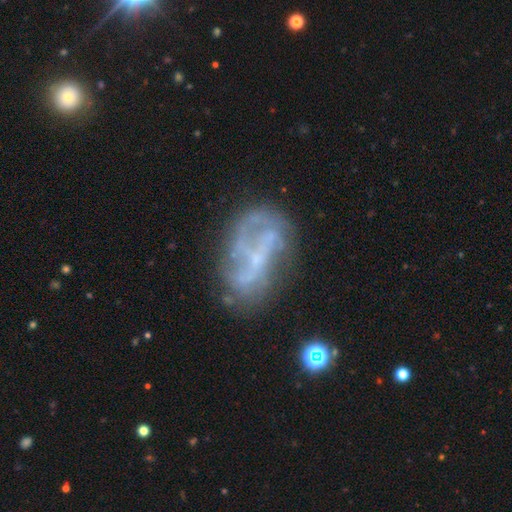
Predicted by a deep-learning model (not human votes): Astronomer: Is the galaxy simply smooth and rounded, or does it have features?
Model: featured or disk — 73%.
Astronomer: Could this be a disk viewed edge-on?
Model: no — 96%.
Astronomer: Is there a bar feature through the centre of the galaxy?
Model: no — 53% (runner-up: weak, 33%).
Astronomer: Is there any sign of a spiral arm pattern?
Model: yes — 64%.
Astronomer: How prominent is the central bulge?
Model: small — 51% (runner-up: none, 37%).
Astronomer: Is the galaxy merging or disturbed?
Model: none — 52%.